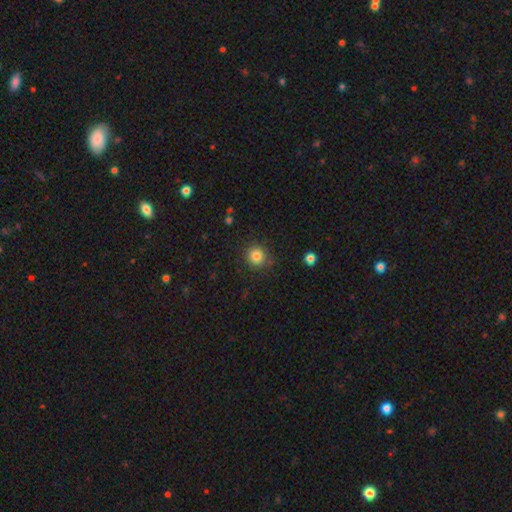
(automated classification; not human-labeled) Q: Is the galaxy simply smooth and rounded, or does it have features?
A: smooth — 83%.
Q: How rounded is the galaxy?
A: round — 91%.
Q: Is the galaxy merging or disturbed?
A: none — 85%.